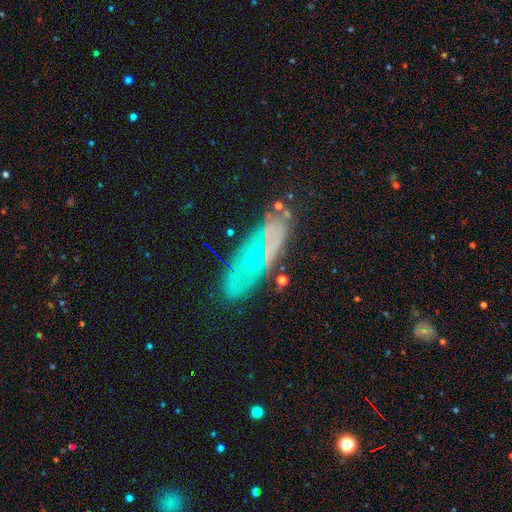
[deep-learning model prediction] smooth_or_featured: featured or disk (p=0.58) [alt: smooth p=0.28]
disk_edge_on: no (p=0.73) [alt: yes p=0.27]
merging: none (p=0.72) [alt: minor disturbance p=0.17]